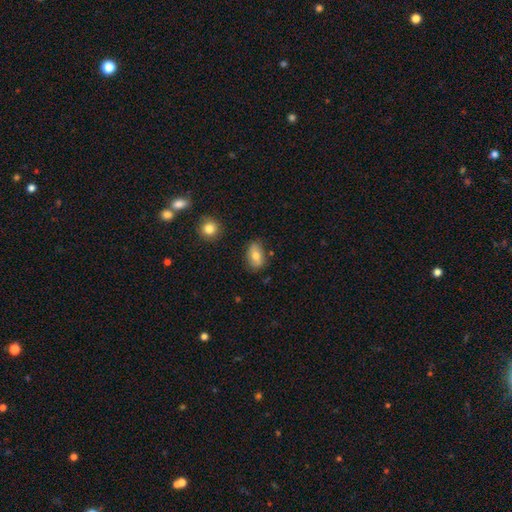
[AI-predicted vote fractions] Smooth or featured: smooth — 73% (featured or disk — 19%)
How rounded: in between — 86% (round — 12%)
Merging: none — 76% (minor disturbance — 18%)